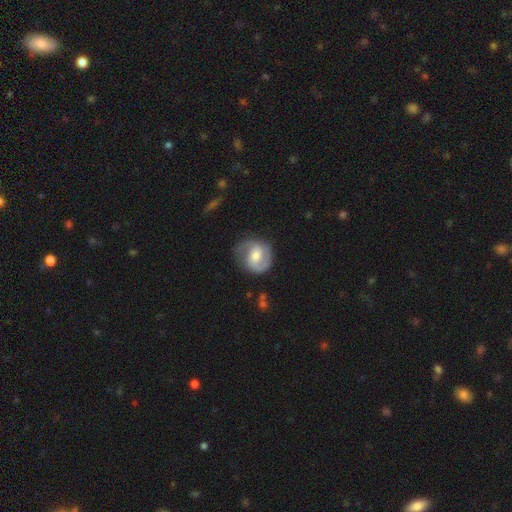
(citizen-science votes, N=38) A featured or disk galaxy (74%) with a weak bar (54%), 2 (75%) medium (50%) spiral arms (86%) and a moderate central bulge (46%).

Vote fractions:
- Smooth or featured? featured or disk: 74% / smooth: 21% / star or artifact: 5%
- Edge-on disk? no: 100% / yes: 0%
- Bar? weak: 54% / no: 29% / strong: 18%
- Spiral arms? yes: 86% / no: 14%
- Spiral winding? medium: 50% / tight: 29% / loose: 21%
- Spiral arm count? 2: 75% / 1: 12% / can't tell: 8% / 3: 4% / 4: 0% / more than 4: 0%
- Bulge size? moderate: 46% / small: 43% / large: 7% / none: 4% / dominant: 0%
- Merging? none: 75% / minor disturbance: 14% / major disturbance: 11% / merger: 0%